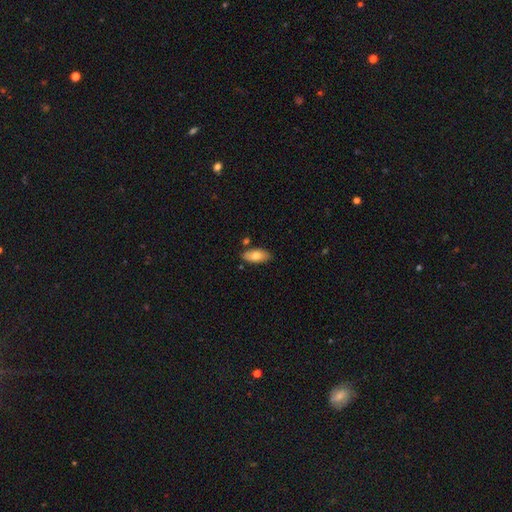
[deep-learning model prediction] A smooth galaxy with no disk features (77%) that is in between round and cigar-shaped (89%). Merging: none (81%).